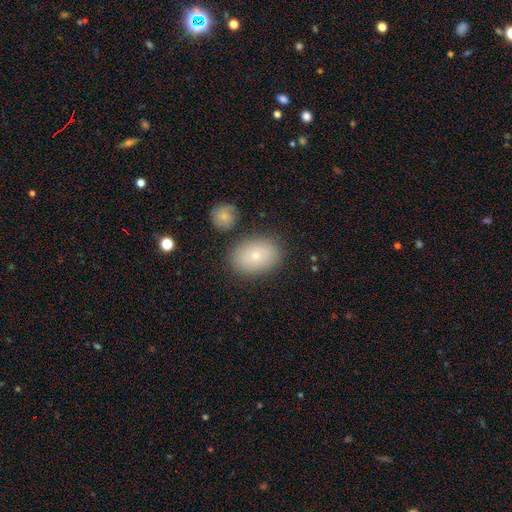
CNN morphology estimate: smooth 74%, featured or disk 17%, star or artifact 9%. Down the decision tree: how rounded — in between (78%); merging — none (81%).